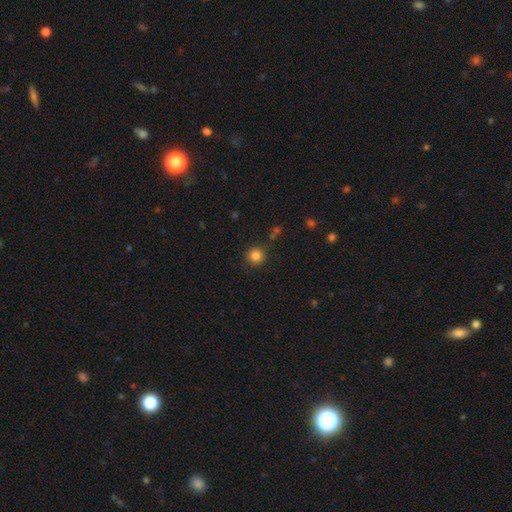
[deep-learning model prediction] Q: Smooth or featured?
A: smooth (84%); runner-up: star or artifact (11%)
Q: How rounded?
A: round (94%); runner-up: in between (5%)
Q: Merging?
A: none (87%); runner-up: minor disturbance (8%)